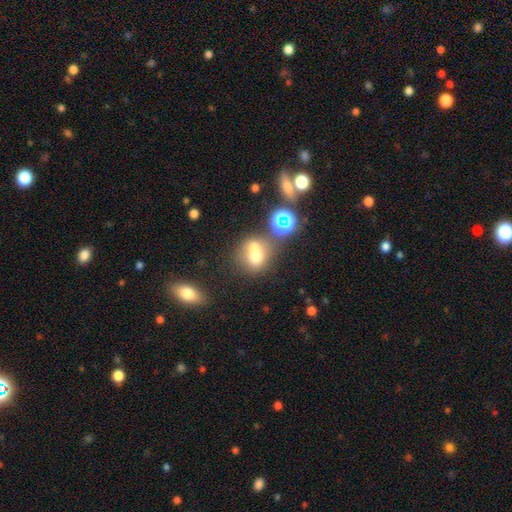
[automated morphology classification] A smooth galaxy with no disk features (63%) that is round (71%). Merging: merger (52%).